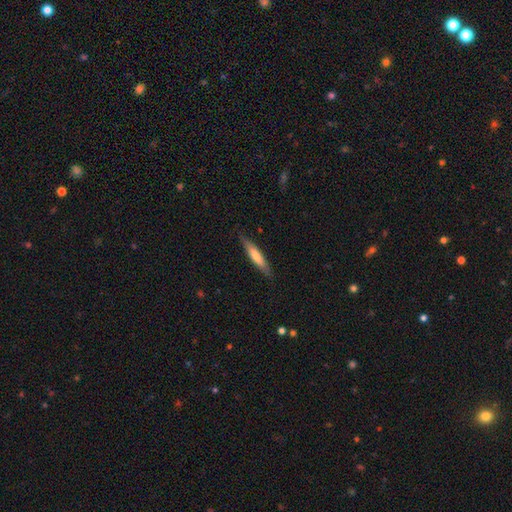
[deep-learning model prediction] smooth-or-featured: smooth: 59% | featured or disk: 35% | star or artifact: 6%
  how-rounded: cigar-shaped: 88% | in between: 11% | round: 1%
  merging: none: 85% | minor disturbance: 11% | major disturbance: 2% | merger: 1%